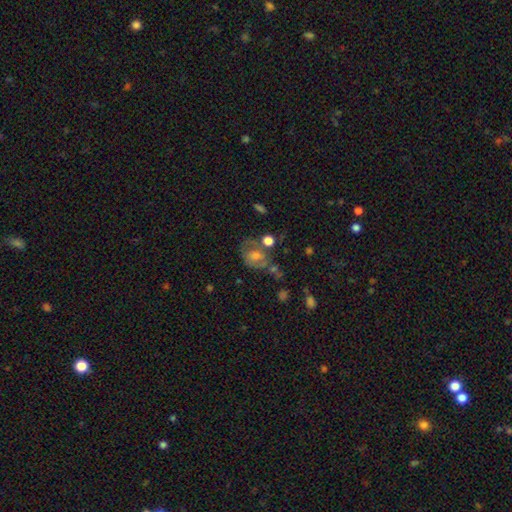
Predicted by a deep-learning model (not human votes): This appears to be a smooth galaxy with no disk features (44%). Merging: none (43%).